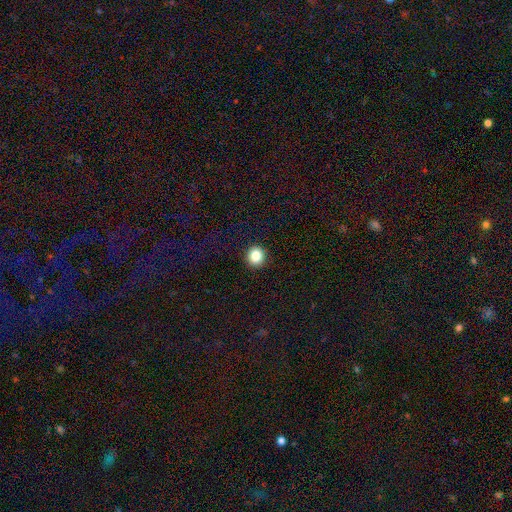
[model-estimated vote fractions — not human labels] A smooth galaxy with no disk features (84%) that is round (90%). Merging: none (92%).